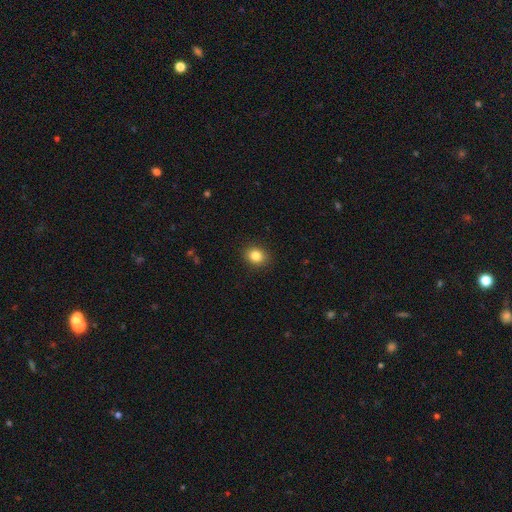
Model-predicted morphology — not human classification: This is clearly a smooth galaxy (84%). How rounded: likely round (62%). Merging: clearly none (90%).